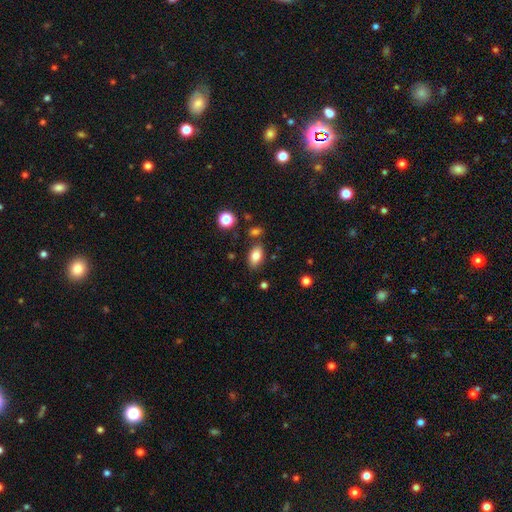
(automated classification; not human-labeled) smooth 82%, featured or disk 9%, star or artifact 9%. Down the decision tree: how rounded — in between (90%); merging — none (80%).